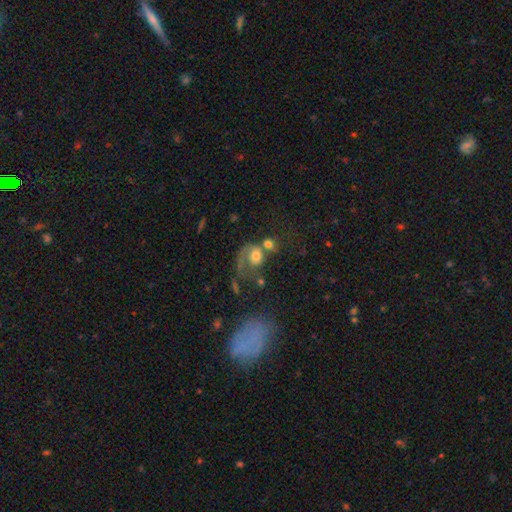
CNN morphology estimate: smooth_or_featured: smooth (p=0.49) [alt: featured or disk p=0.40]
merging: merger (p=0.39) [alt: major disturbance p=0.31]